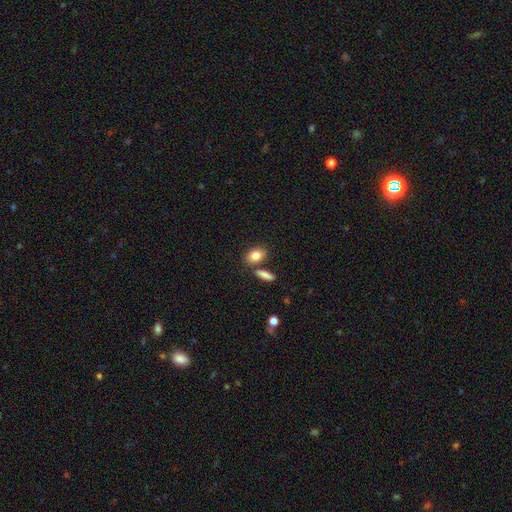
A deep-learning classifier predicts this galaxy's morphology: Smooth or featured: smooth — 85% (featured or disk — 8%)
How rounded: in between — 82% (round — 14%)
Merging: none — 70% (merger — 16%)